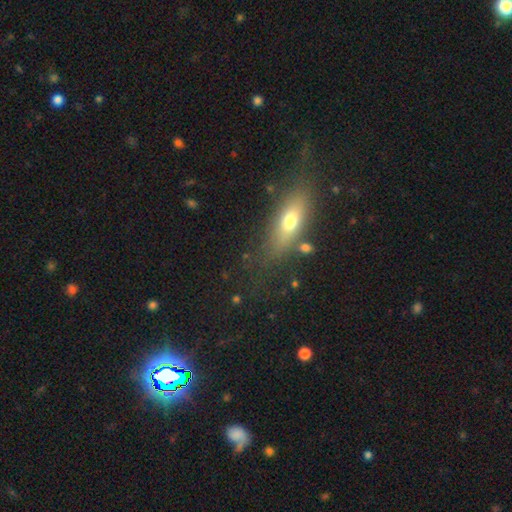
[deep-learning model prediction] The model was most divided on "smooth or featured": smooth: 48%, featured or disk: 34%, star or artifact: 18%. More confident: merging — none (69%).